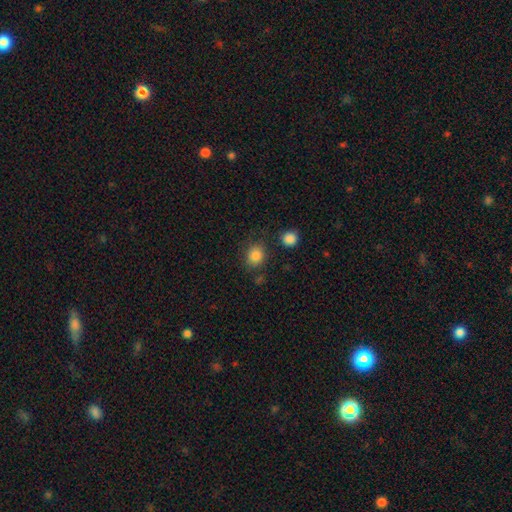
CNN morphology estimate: Smooth or featured?
  - smooth: 84% *
  - star or artifact: 11%
  - featured or disk: 6%
How rounded?
  - round: 71% *
  - in between: 28%
  - cigar-shaped: 1%
Merging?
  - none: 78% *
  - minor disturbance: 12%
  - merger: 5%
  - major disturbance: 5%